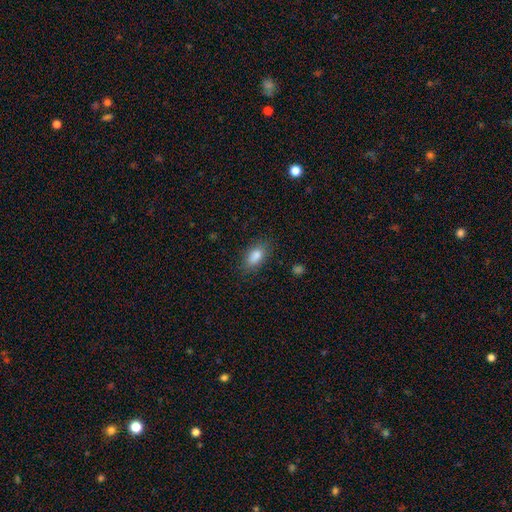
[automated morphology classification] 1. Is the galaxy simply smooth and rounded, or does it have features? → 85% smooth, 8% star or artifact, 7% featured or disk.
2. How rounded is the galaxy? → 88% in between, 6% round, 6% cigar-shaped.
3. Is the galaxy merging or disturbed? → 81% none, 14% minor disturbance, 4% major disturbance, 1% merger.